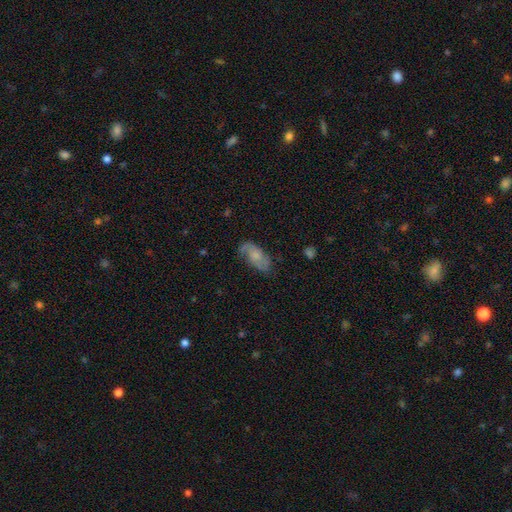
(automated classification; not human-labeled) A featured or disk galaxy (48%). Merging: none (65%).